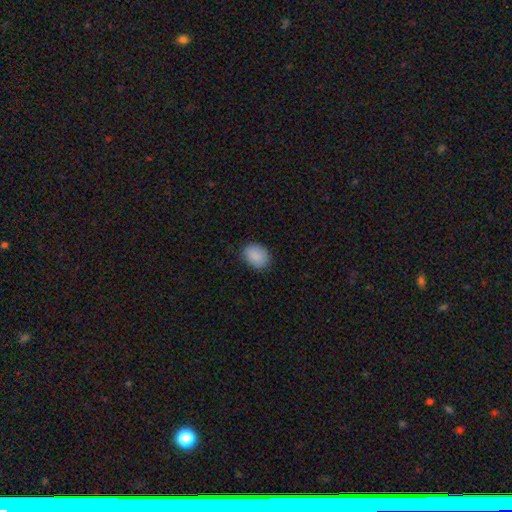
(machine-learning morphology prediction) Smooth or featured: smooth — 88% (star or artifact — 8%)
How rounded: in between — 64% (round — 35%)
Merging: none — 83% (minor disturbance — 13%)